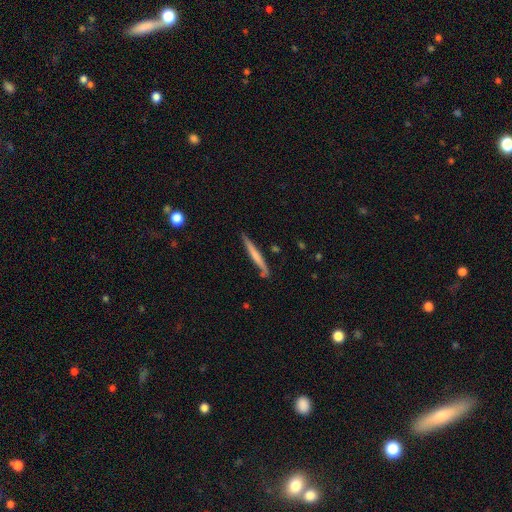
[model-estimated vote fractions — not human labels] smooth_or_featured: smooth (p=0.54) [alt: featured or disk p=0.41]
how_rounded: cigar-shaped (p=0.96) [alt: in between p=0.03]
merging: none (p=0.80) [alt: minor disturbance p=0.14]